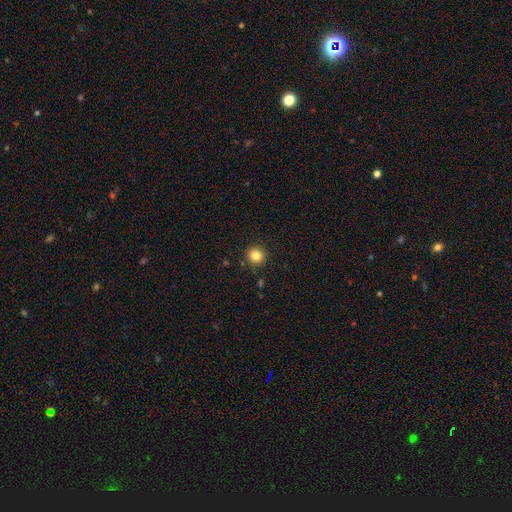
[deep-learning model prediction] smooth_or_featured: smooth (p=0.83) [alt: star or artifact p=0.11]
how_rounded: round (p=0.95) [alt: in between p=0.04]
merging: none (p=0.92) [alt: minor disturbance p=0.05]